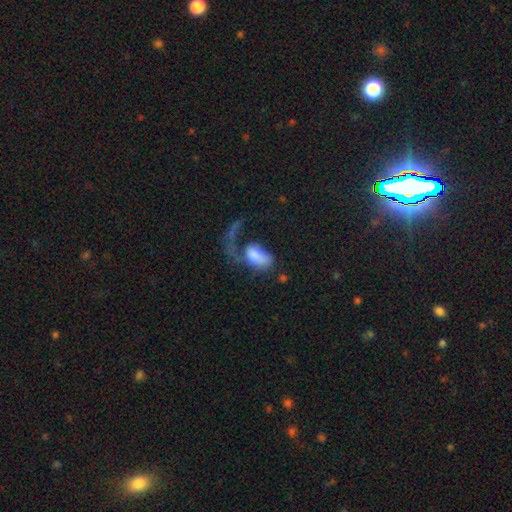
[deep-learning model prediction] smooth-or-featured: smooth: 69% | featured or disk: 23% | star or artifact: 8%
  how-rounded: in between: 92% | round: 6% | cigar-shaped: 2%
  merging: major disturbance: 62% | none: 16% | minor disturbance: 12% | merger: 10%